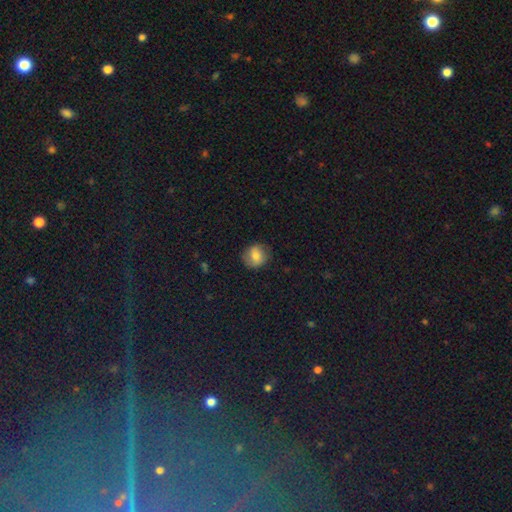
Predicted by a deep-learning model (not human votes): This is likely a smooth galaxy (74%). How rounded: clearly round (82%). Merging: clearly none (83%).